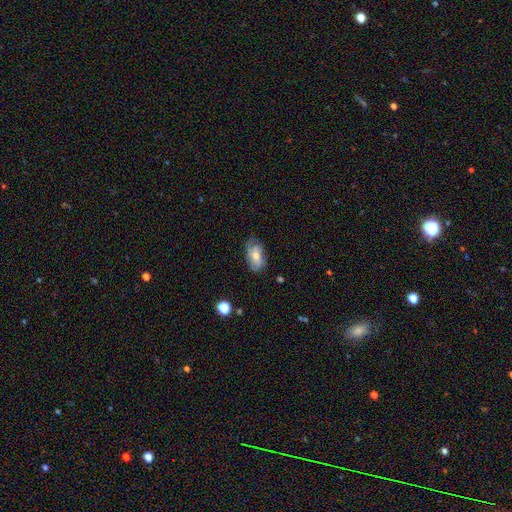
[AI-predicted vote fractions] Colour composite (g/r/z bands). It shows a smooth galaxy with no disk features (61%) that is in between round and cigar-shaped (90%). Merging: none (60%).